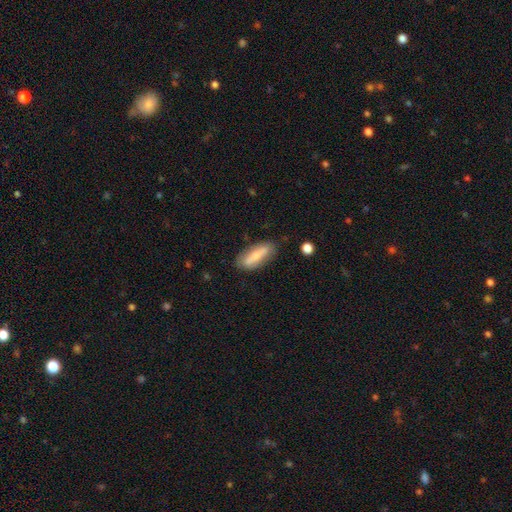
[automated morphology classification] A smooth galaxy with no disk features (59%) that is in between round and cigar-shaped (58%). Merging: none (78%).